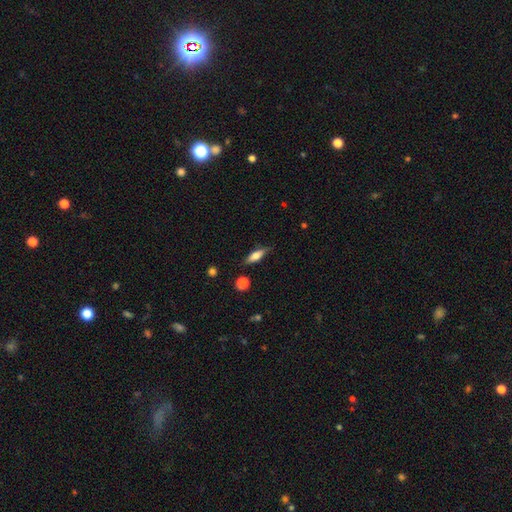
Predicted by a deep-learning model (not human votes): The model was most divided on "how rounded": cigar-shaped: 51%, in between: 46%, round: 3%. More confident: merging — none (80%); smooth or featured — smooth (56%).